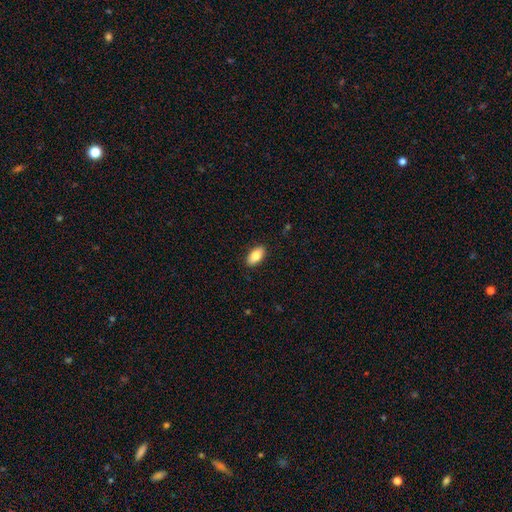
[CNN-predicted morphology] This appears to be a smooth galaxy with no disk features (83%) that is in between round and cigar-shaped (92%). Merging: none (89%).